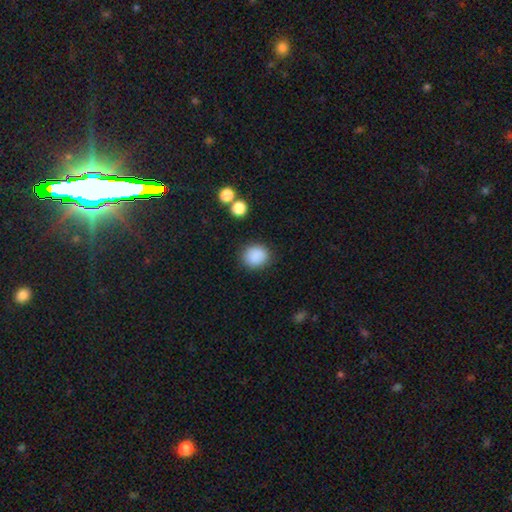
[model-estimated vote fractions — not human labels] The model was most divided on "how rounded": round: 77%, in between: 22%, cigar-shaped: 1%. More confident: smooth or featured — smooth (88%); merging — none (87%).